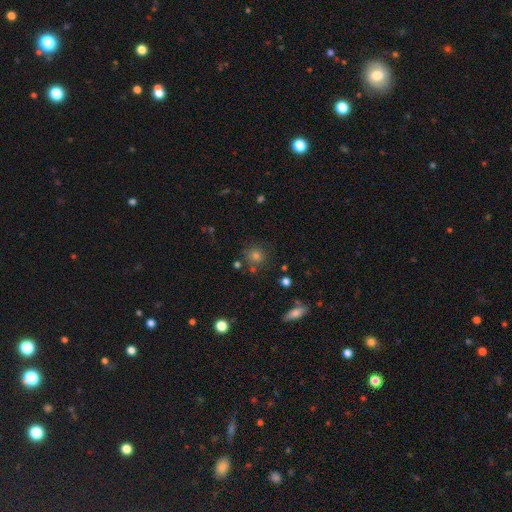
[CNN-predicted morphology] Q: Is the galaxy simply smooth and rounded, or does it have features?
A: smooth — 70%.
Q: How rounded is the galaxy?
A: round — 89%.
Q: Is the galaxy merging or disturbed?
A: none — 79%.